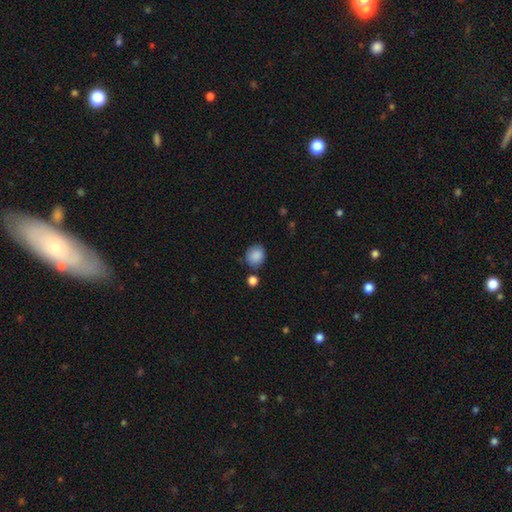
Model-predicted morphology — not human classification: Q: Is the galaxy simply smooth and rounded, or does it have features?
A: smooth — 88%.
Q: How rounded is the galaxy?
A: round — 74%.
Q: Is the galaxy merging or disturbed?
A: none — 77%.